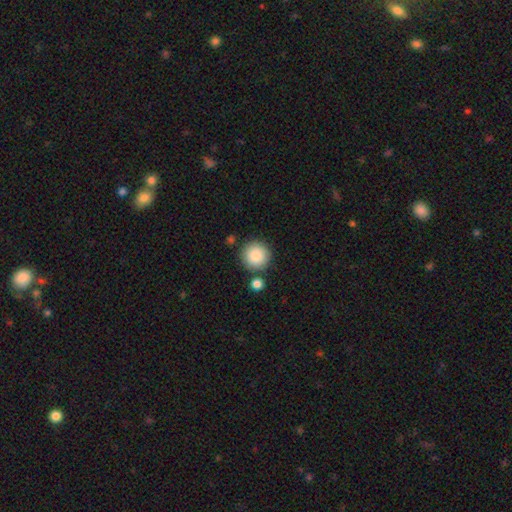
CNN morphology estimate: A smooth galaxy with no disk features (88%) that is round (95%). Merging: none (81%).